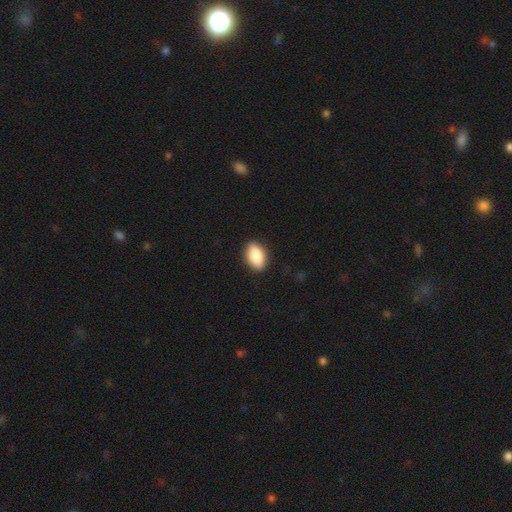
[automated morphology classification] type=smooth (83%); roundness=in between (88%); merging=none (88%).